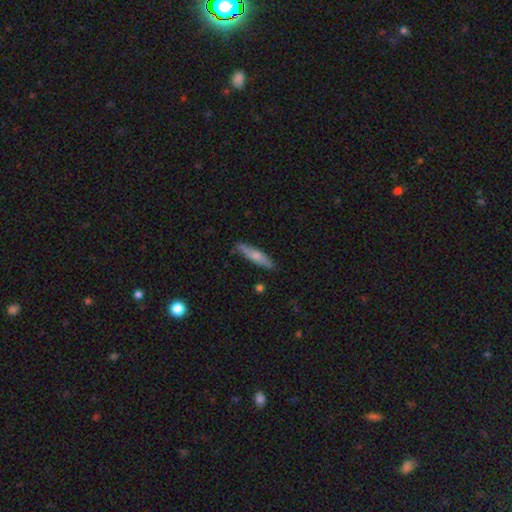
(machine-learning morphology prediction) Q: Smooth or featured?
A: smooth (59%); runner-up: featured or disk (35%)
Q: How rounded?
A: cigar-shaped (81%); runner-up: in between (17%)
Q: Merging?
A: none (85%); runner-up: minor disturbance (12%)